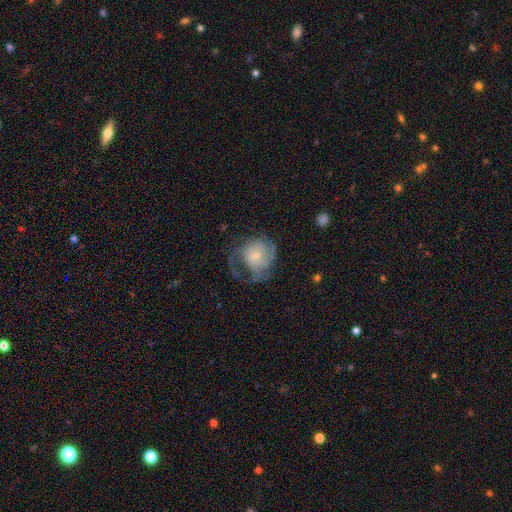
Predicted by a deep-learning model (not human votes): A featured or disk galaxy (64%) with no bar (75%), medium (40%) spiral arms (83%) and a small central bulge (68%). Merging: none (41%).